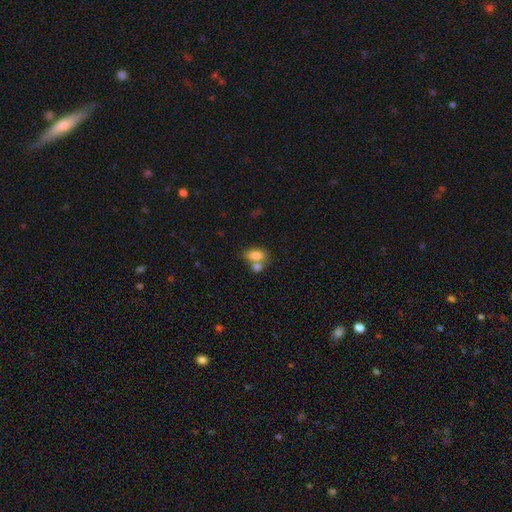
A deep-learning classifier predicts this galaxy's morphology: Q: Smooth or featured?
A: smooth (79%); runner-up: featured or disk (13%)
Q: How rounded?
A: in between (85%); runner-up: round (12%)
Q: Merging?
A: merger (47%); runner-up: none (37%)